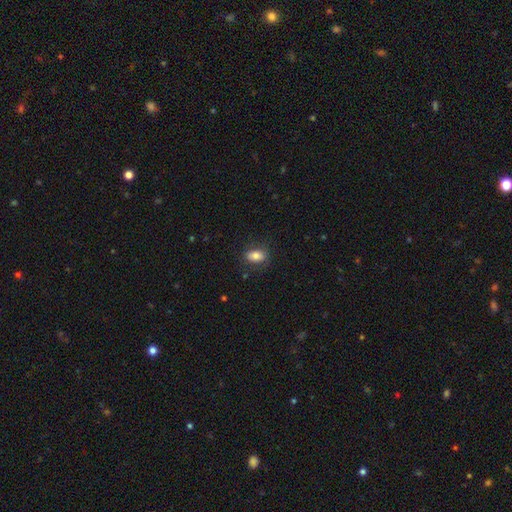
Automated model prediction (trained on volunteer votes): Overall: smooth (79%). How rounded: in between (86%). Merging: none (78%).